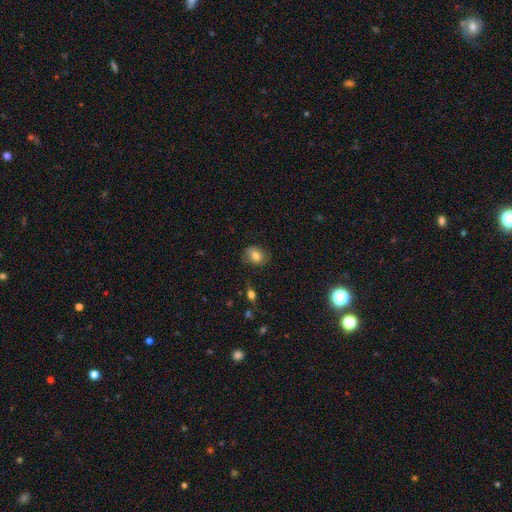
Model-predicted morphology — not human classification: This is likely a smooth galaxy (72%). How rounded: likely in between (62%). Merging: likely none (76%).